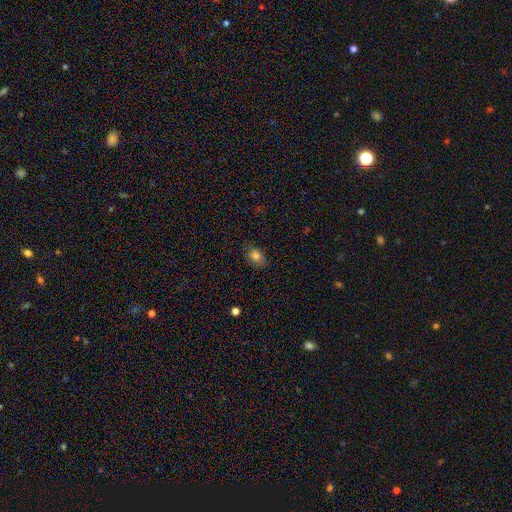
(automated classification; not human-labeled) Smooth or featured? Predicted: smooth (p=0.80). How rounded? Predicted: in between (p=0.73). Merging? Predicted: none (p=0.77).